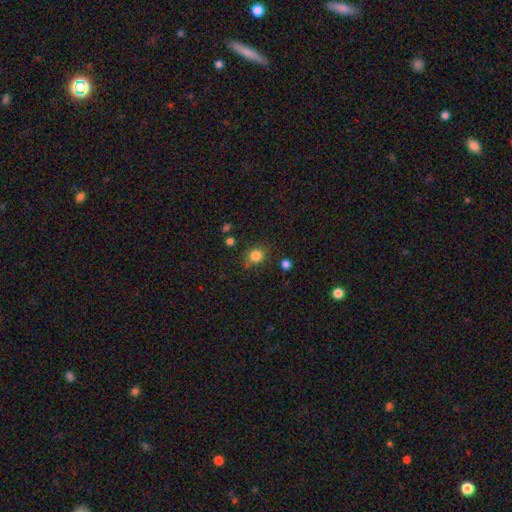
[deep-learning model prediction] smooth-or-featured: smooth: 83% | star or artifact: 12% | featured or disk: 5%
  how-rounded: round: 75% | in between: 24% | cigar-shaped: 1%
  merging: none: 74% | minor disturbance: 17% | merger: 5% | major disturbance: 5%